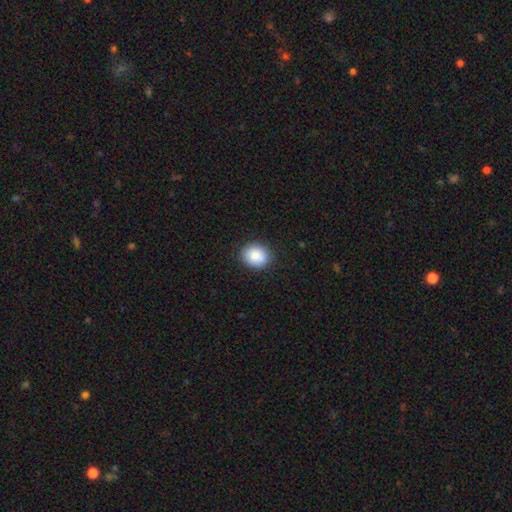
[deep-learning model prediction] smooth_or_featured: smooth (p=0.87) [alt: star or artifact p=0.08]
how_rounded: round (p=0.62) [alt: in between p=0.37]
merging: none (p=0.88) [alt: minor disturbance p=0.09]